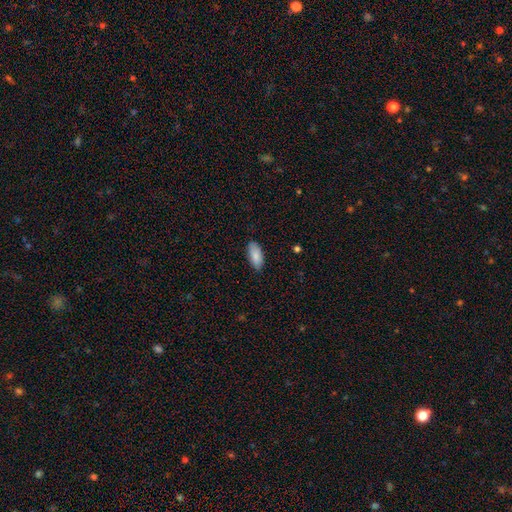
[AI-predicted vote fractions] A smooth galaxy with no disk features (86%) that is in between round and cigar-shaped (89%). Merging: none (85%).